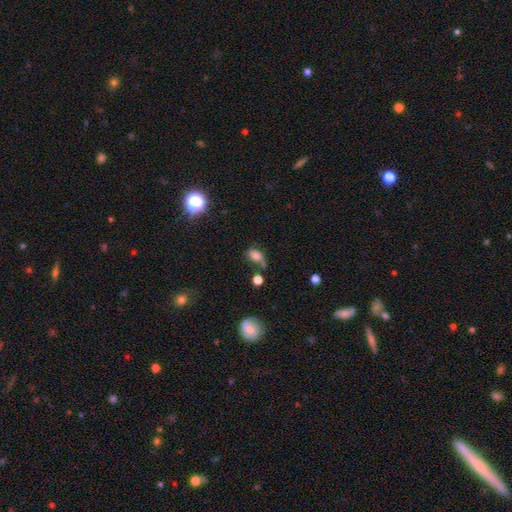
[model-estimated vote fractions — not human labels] smooth-or-featured: smooth: 71% | featured or disk: 15% | star or artifact: 14%
  how-rounded: in between: 80% | round: 16% | cigar-shaped: 4%
  merging: none: 38% | minor disturbance: 26% | merger: 18% | major disturbance: 17%